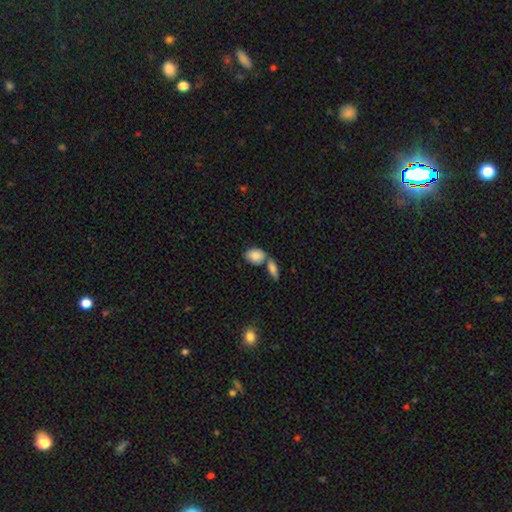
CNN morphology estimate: A smooth galaxy with no disk features (86%) that is in between round and cigar-shaped (82%).

Vote fractions:
- Smooth or featured? smooth: 86% / featured or disk: 8% / star or artifact: 6%
- How rounded? in between: 82% / round: 16% / cigar-shaped: 2%
- Merging? none: 45% / merger: 39% / minor disturbance: 12% / major disturbance: 4%